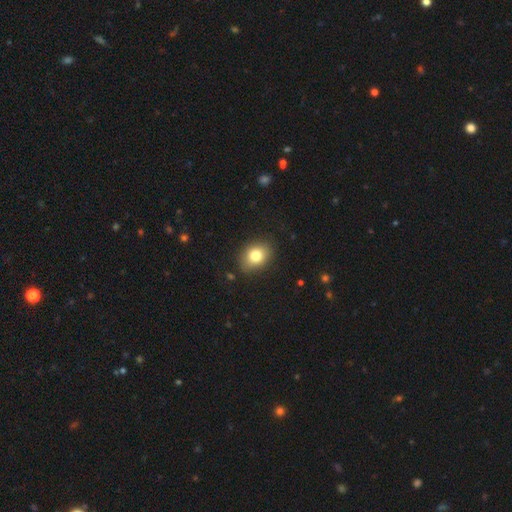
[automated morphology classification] The model was most divided on "how rounded": in between: 68%, round: 31%, cigar-shaped: 1%. More confident: merging — none (85%); smooth or featured — smooth (81%).